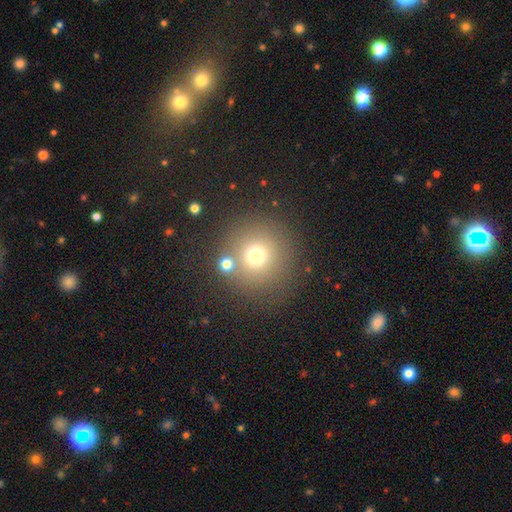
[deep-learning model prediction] smooth 69%, star or artifact 19%, featured or disk 12%. Down the decision tree: how rounded — round (94%); merging — none (75%).